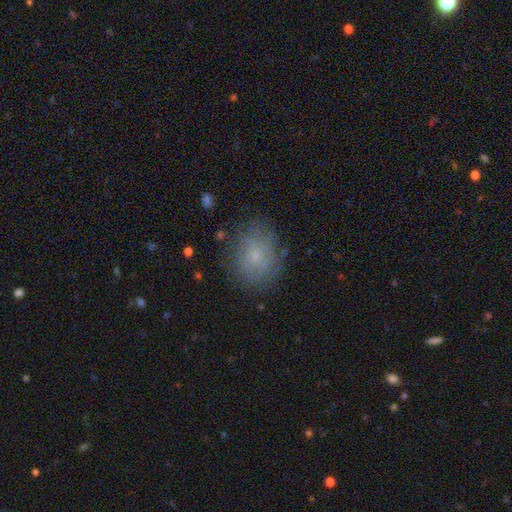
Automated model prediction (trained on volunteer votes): Smooth or featured? Predicted: smooth (p=0.68). How rounded? Predicted: round (p=0.59). Merging? Predicted: none (p=0.76).